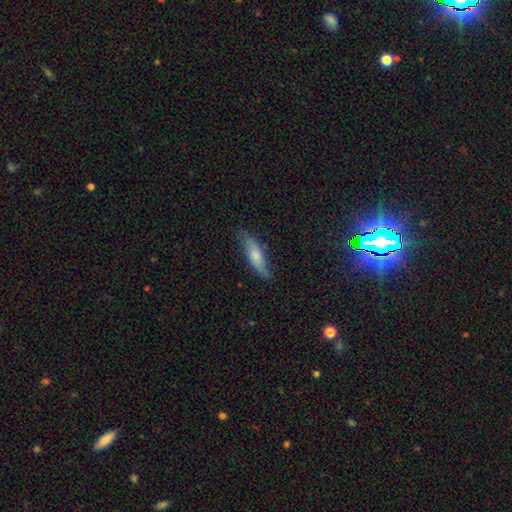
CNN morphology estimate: This is likely a smooth galaxy (62%). How rounded: likely cigar-shaped (63%). Merging: likely none (75%).